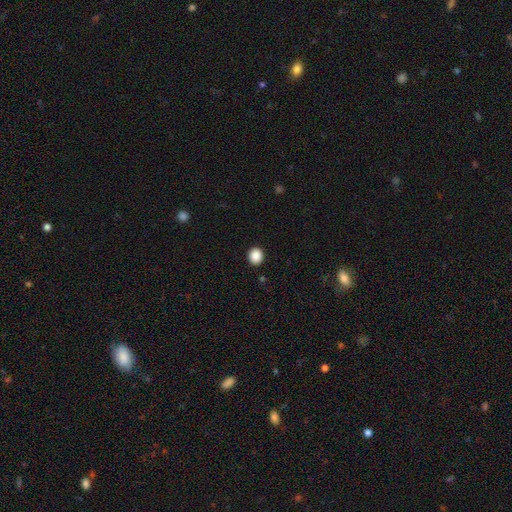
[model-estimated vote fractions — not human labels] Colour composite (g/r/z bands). It shows a smooth galaxy with no disk features (88%) that is round (79%). Merging: none (91%).